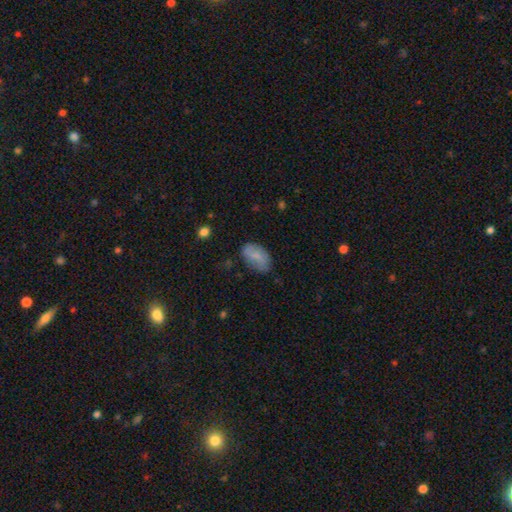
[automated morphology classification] smooth-or-featured: smooth: 74% | featured or disk: 19% | star or artifact: 7%
  how-rounded: in between: 92% | round: 6% | cigar-shaped: 2%
  merging: none: 68% | minor disturbance: 24% | major disturbance: 6% | merger: 2%